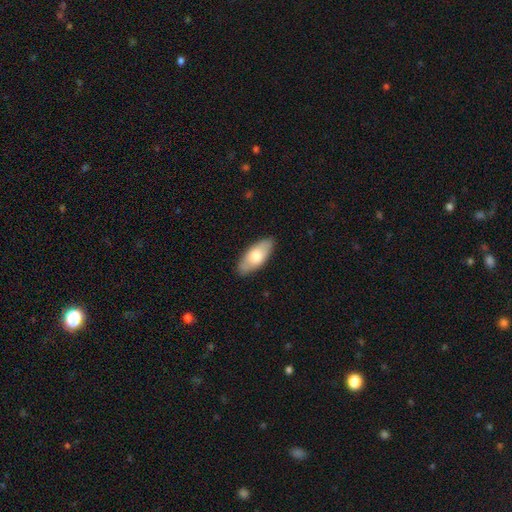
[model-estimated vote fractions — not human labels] Q: Smooth or featured?
A: smooth (72%); runner-up: featured or disk (23%)
Q: How rounded?
A: in between (86%); runner-up: cigar-shaped (11%)
Q: Merging?
A: none (86%); runner-up: minor disturbance (11%)